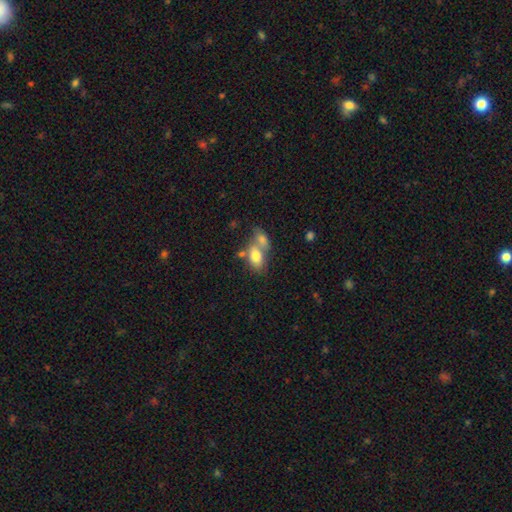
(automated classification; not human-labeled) Morphology: type=smooth (75%); roundness=in between (84%); merging=merger (57%).